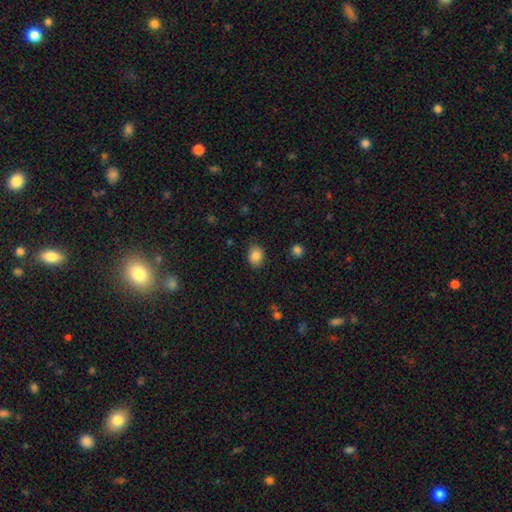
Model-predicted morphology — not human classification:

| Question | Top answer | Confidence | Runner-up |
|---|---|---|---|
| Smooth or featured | smooth | 85% | star or artifact (9%) |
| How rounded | in between | 60% | round (39%) |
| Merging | none | 82% | minor disturbance (14%) |